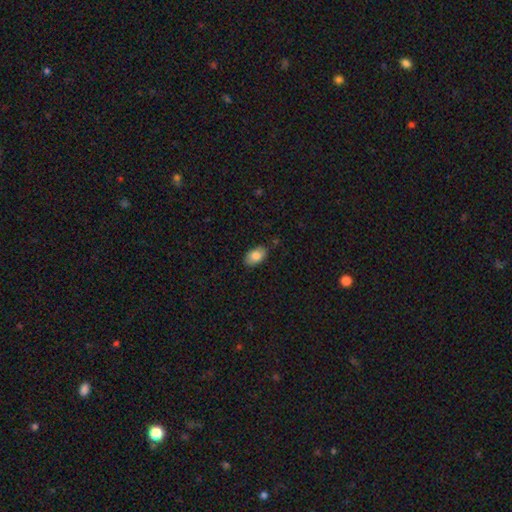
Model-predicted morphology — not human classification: Overall: smooth (84%). How rounded: in between (92%). Merging: none (83%).